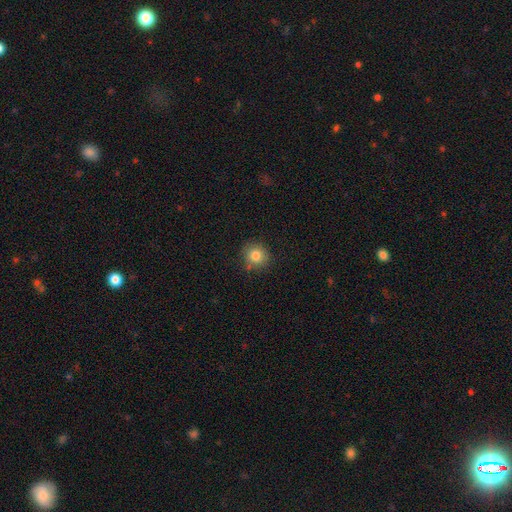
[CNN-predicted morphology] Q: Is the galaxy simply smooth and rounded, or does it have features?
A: smooth — 83%.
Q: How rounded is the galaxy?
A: round — 90%.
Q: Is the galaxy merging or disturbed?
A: none — 85%.